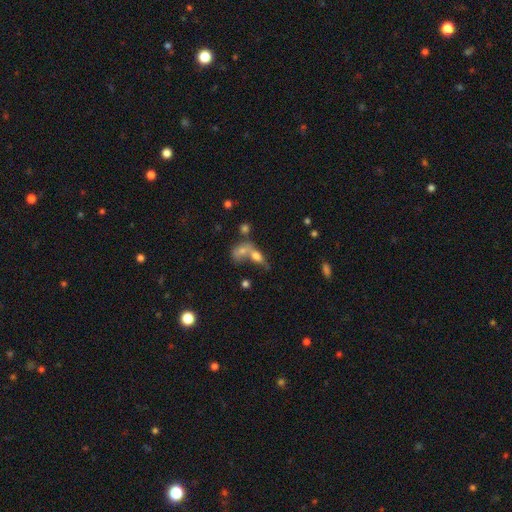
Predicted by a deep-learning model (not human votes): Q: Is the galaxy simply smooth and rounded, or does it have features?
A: smooth — 63%.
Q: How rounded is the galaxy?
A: in between — 68%.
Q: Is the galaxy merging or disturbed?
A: merger — 57%.